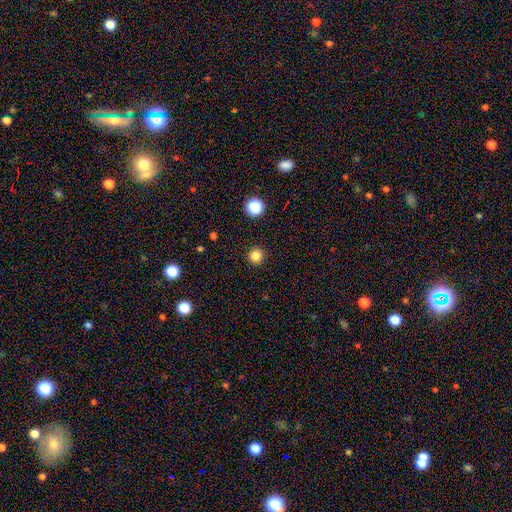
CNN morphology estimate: Smooth or featured? Predicted: smooth (p=0.83). How rounded? Predicted: round (p=0.95). Merging? Predicted: none (p=0.93).